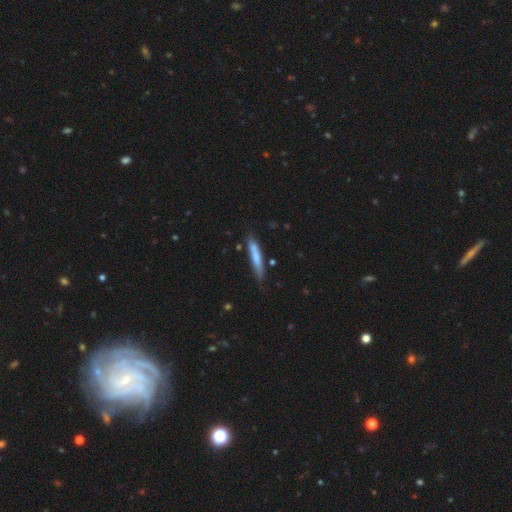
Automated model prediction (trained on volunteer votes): Smooth or featured?
  - smooth: 65% *
  - featured or disk: 29%
  - star or artifact: 6%
How rounded?
  - cigar-shaped: 91% *
  - in between: 7%
  - round: 1%
Merging?
  - none: 73% *
  - minor disturbance: 19%
  - merger: 4%
  - major disturbance: 4%